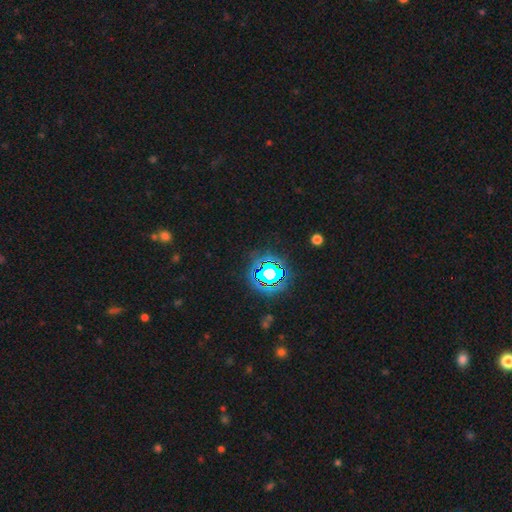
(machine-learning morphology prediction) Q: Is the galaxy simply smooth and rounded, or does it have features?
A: star or artifact — 79%.